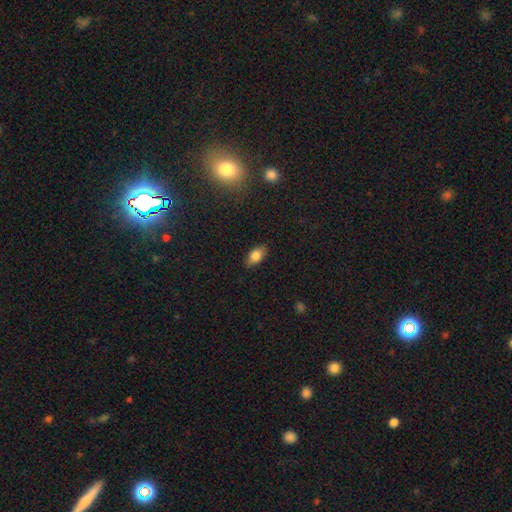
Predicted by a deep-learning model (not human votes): smooth-or-featured: smooth: 80% | featured or disk: 11% | star or artifact: 9%
  how-rounded: in between: 89% | round: 7% | cigar-shaped: 5%
  merging: none: 86% | minor disturbance: 11% | major disturbance: 2% | merger: 1%